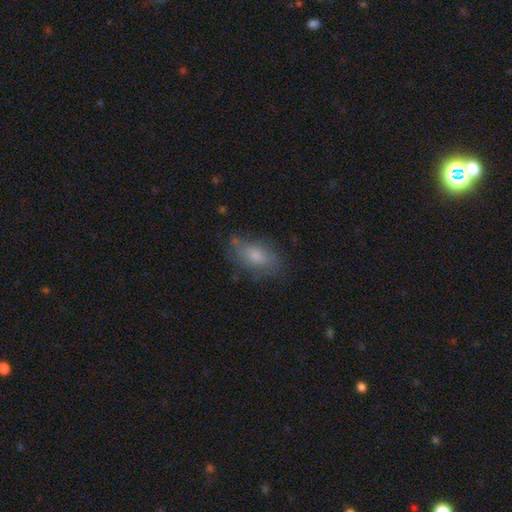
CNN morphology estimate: Q: Smooth or featured?
A: smooth (67%); runner-up: featured or disk (24%)
Q: How rounded?
A: in between (88%); runner-up: round (6%)
Q: Merging?
A: none (64%); runner-up: minor disturbance (24%)